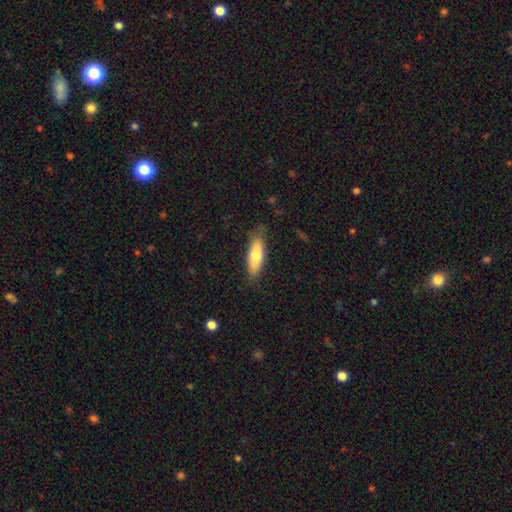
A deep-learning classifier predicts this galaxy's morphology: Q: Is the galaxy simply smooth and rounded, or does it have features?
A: smooth — 74%.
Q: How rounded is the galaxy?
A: in between — 51%.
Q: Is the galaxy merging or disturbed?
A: none — 80%.